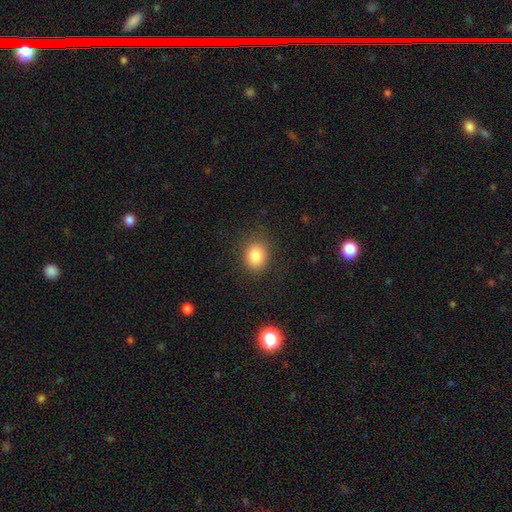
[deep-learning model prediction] The model was most divided on "how rounded": round: 53%, in between: 46%, cigar-shaped: 1%. More confident: merging — none (84%); smooth or featured — smooth (83%).